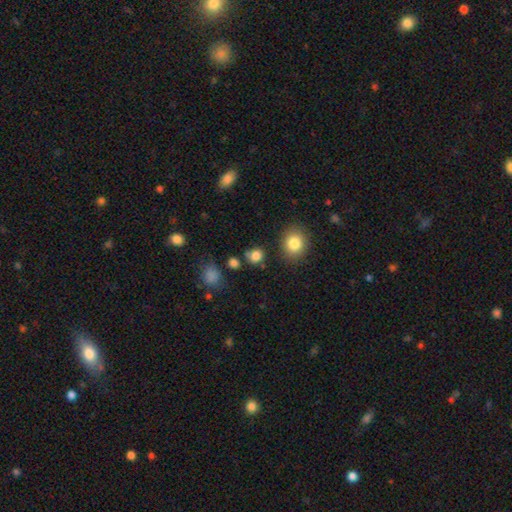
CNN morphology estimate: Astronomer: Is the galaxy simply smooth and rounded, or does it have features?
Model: smooth — 82%.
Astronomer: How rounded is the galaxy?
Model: round — 79%.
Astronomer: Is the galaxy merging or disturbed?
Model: none — 77%.